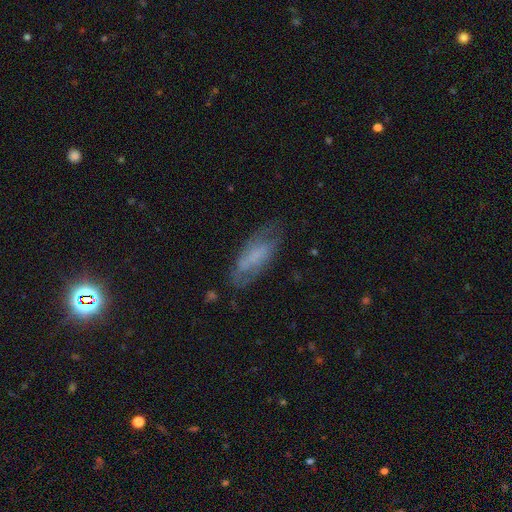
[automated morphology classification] This is possibly a smooth galaxy (48%). Merging: likely none (63%).